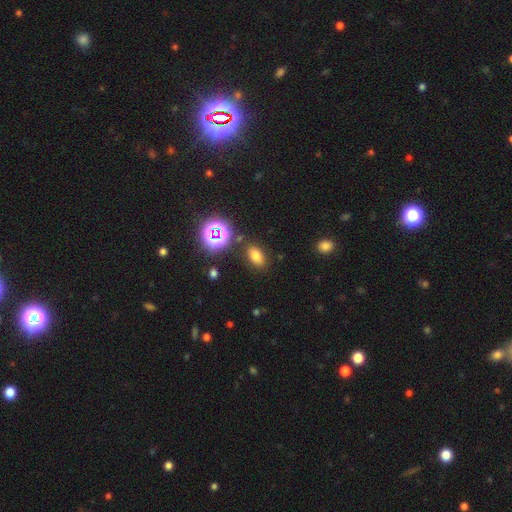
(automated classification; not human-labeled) A smooth galaxy with no disk features (68%) that is in between round and cigar-shaped (84%). Merging: none (83%).